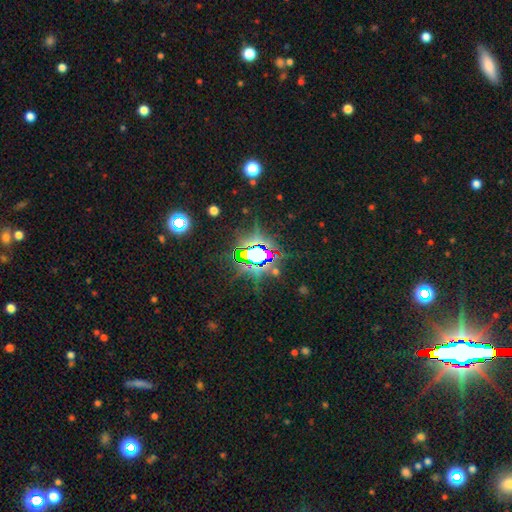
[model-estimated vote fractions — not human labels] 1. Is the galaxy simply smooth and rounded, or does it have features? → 79% star or artifact, 11% smooth, 10% featured or disk.